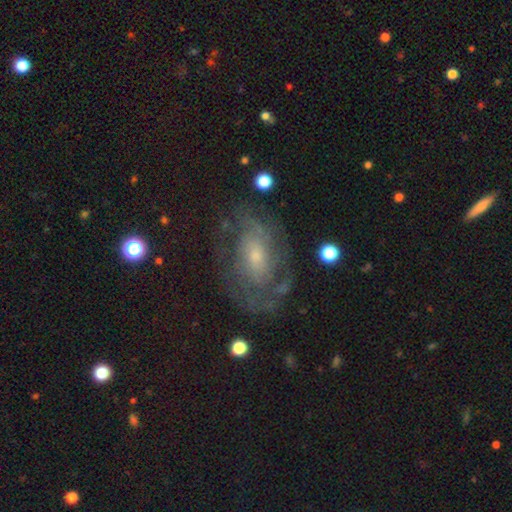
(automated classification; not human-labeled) Morphology: type=featured or disk (76%); edge-on=no (96%); bar=no (64%); spiral arms=yes (84%); winding=tight (51%); arm count=can't tell (44%); bulge=small (56%); merging=none (67%).